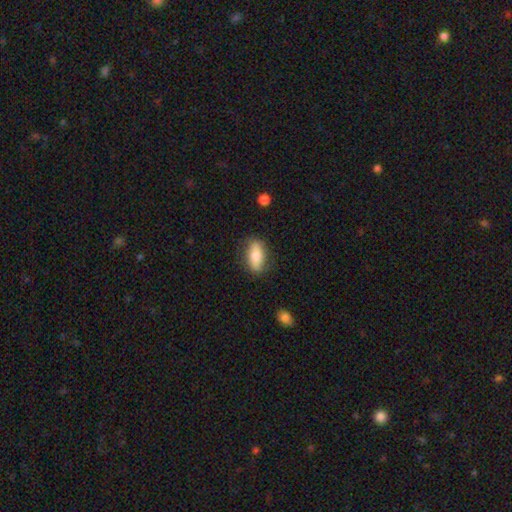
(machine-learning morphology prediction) The model was most divided on "smooth or featured": smooth: 73%, featured or disk: 21%, star or artifact: 6%. More confident: merging — none (82%); how rounded — in between (77%).